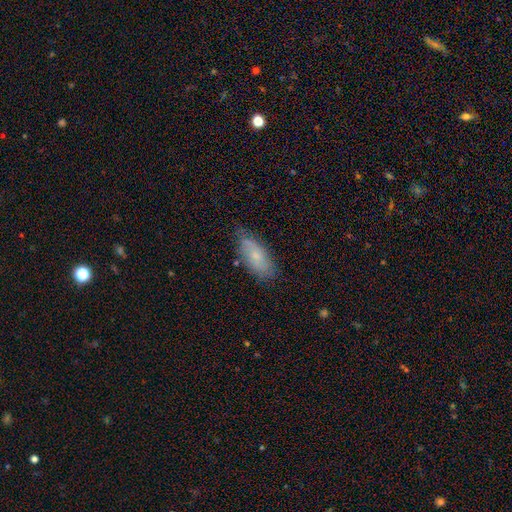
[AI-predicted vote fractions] The model was most divided on "smooth or featured": smooth: 58%, featured or disk: 35%, star or artifact: 7%. More confident: how rounded — in between (81%); merging — none (69%).